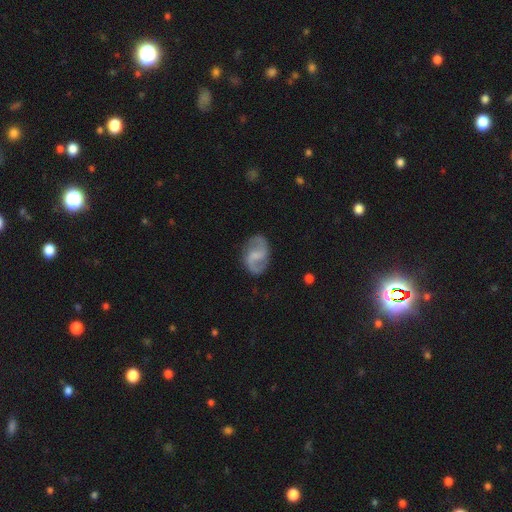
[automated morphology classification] smooth_or_featured: featured or disk (p=0.83) [alt: smooth p=0.11]
disk_edge_on: no (p=0.98) [alt: yes p=0.02]
bar: weak (p=0.55) [alt: no p=0.29]
has_spiral_arms: yes (p=0.96) [alt: no p=0.04]
spiral_winding: medium (p=0.47) [alt: loose p=0.41]
spiral_arm_count: 2 (p=0.93) [alt: can't tell p=0.03]
bulge_size: none (p=0.36) [alt: small p=0.31]
merging: none (p=0.81) [alt: minor disturbance p=0.13]